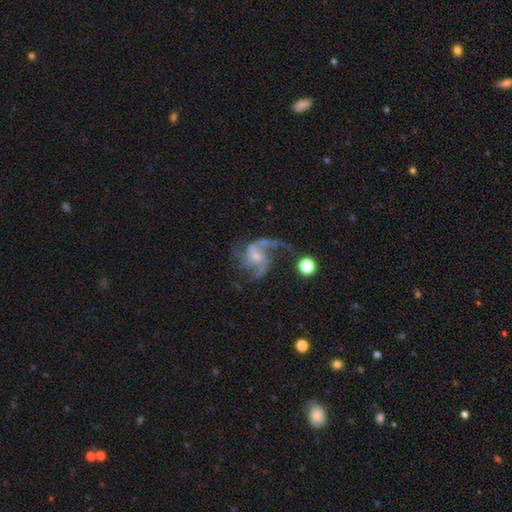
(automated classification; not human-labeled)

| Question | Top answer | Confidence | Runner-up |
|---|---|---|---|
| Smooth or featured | featured or disk | 87% | star or artifact (7%) |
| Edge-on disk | no | 98% | yes (2%) |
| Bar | no | 59% | weak (33%) |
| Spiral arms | yes | 96% | no (4%) |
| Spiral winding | loose | 50% | medium (40%) |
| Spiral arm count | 2 | 45% | 3 (27%) |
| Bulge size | small | 57% | moderate (33%) |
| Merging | none | 44% | major disturbance (31%) |